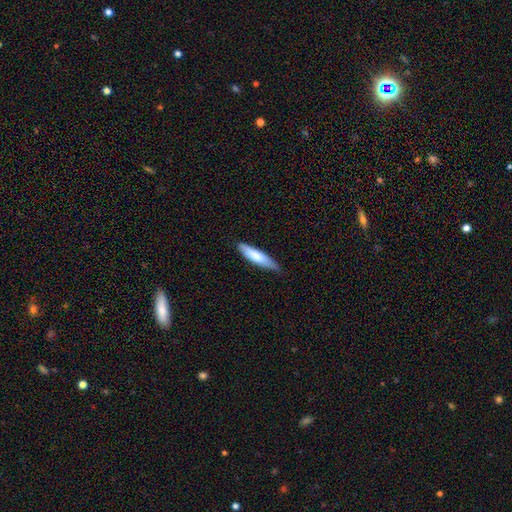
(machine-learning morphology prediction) This is likely a smooth galaxy (77%). How rounded: likely cigar-shaped (75%). Merging: likely none (76%).